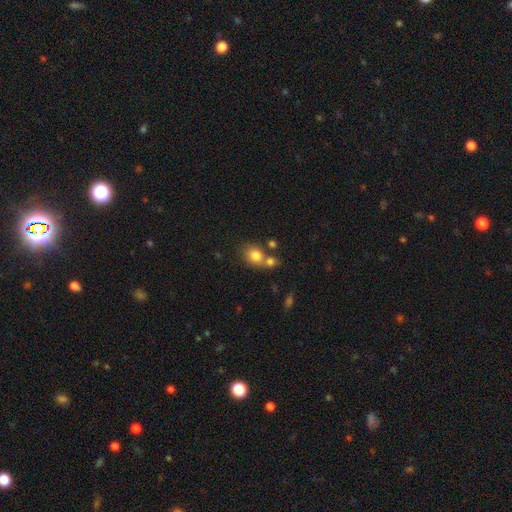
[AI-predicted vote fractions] Smooth or featured?
  - smooth: 81% *
  - star or artifact: 10%
  - featured or disk: 9%
How rounded?
  - round: 57% *
  - in between: 42%
  - cigar-shaped: 1%
Merging?
  - none: 49% *
  - merger: 36%
  - minor disturbance: 11%
  - major disturbance: 5%